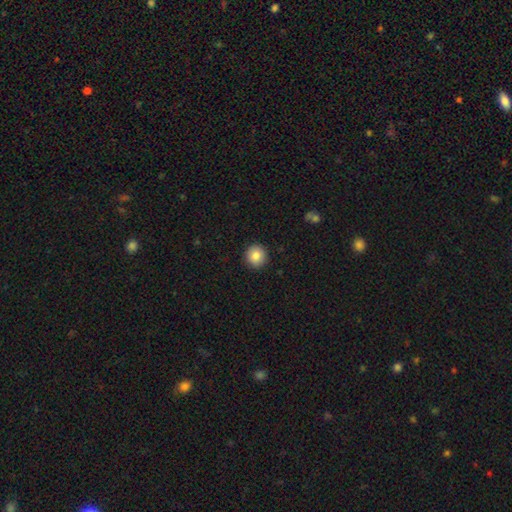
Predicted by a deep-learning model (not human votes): smooth-or-featured: smooth: 85% | star or artifact: 9% | featured or disk: 6%
  how-rounded: round: 94% | in between: 5% | cigar-shaped: 1%
  merging: none: 92% | minor disturbance: 5% | major disturbance: 2% | merger: 1%